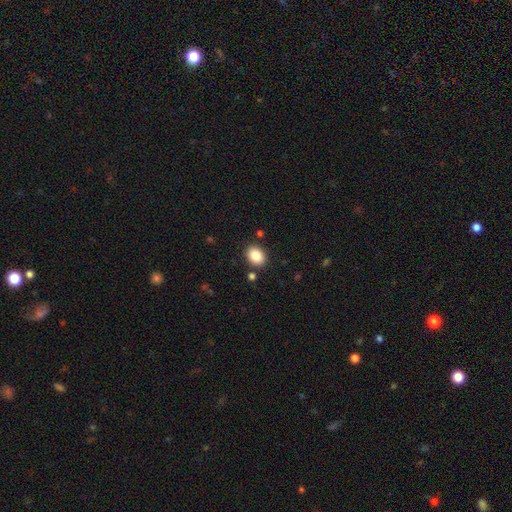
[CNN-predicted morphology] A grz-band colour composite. It shows a smooth galaxy with no disk features (87%) that is in between round and cigar-shaped (61%). Merging: none (86%).